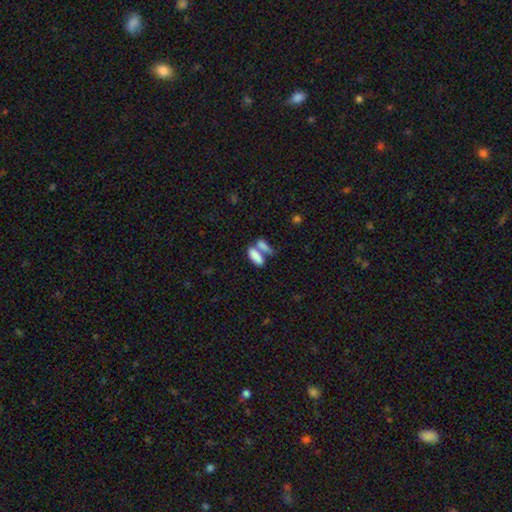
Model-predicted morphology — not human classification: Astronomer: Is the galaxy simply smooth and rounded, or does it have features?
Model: smooth — 82%.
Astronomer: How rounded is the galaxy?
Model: in between — 74%.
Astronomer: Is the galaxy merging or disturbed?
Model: merger — 55% (runner-up: none, 32%).